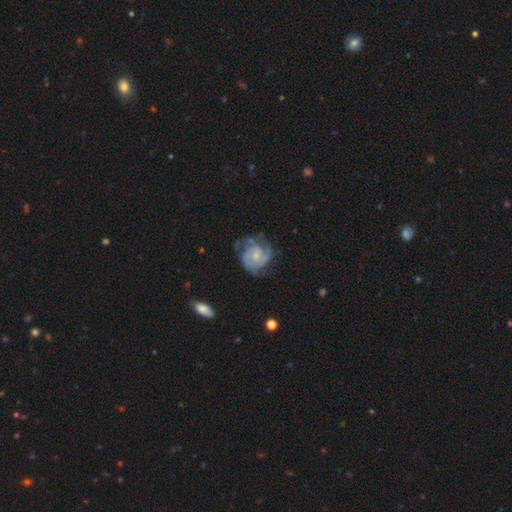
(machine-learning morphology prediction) Q: Smooth or featured?
A: featured or disk (82%); runner-up: smooth (12%)
Q: Edge-on disk?
A: no (98%); runner-up: yes (2%)
Q: Bar?
A: no (72%); runner-up: weak (25%)
Q: Spiral arms?
A: yes (95%); runner-up: no (5%)
Q: Spiral winding?
A: tight (51%); runner-up: medium (39%)
Q: Spiral arm count?
A: 2 (39%); runner-up: 3 (29%)
Q: Bulge size?
A: small (62%); runner-up: moderate (27%)
Q: Merging?
A: none (64%); runner-up: minor disturbance (22%)